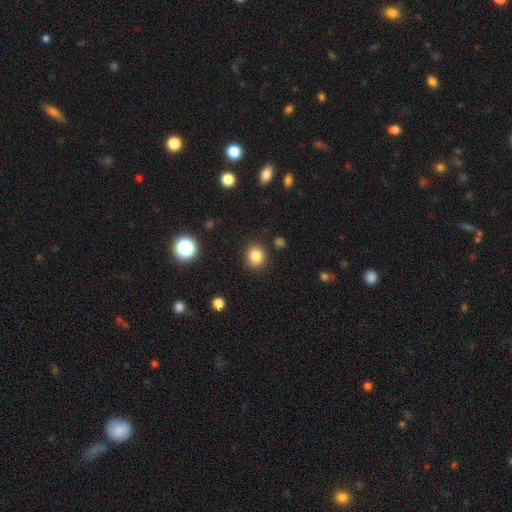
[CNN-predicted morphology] A smooth galaxy with no disk features (83%) that is round (78%). Merging: none (88%).